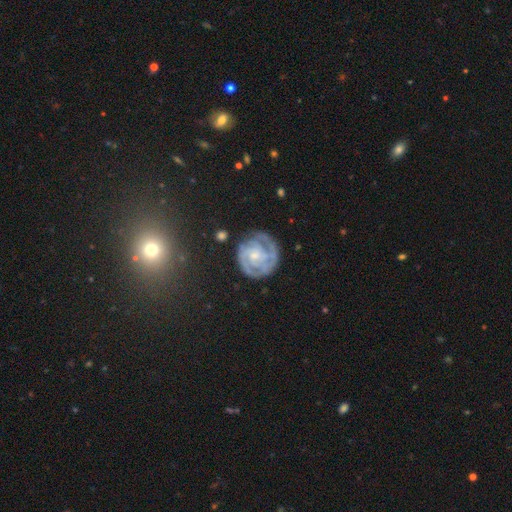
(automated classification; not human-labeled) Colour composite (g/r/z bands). It shows a featured or disk galaxy (80%) with no bar (67%), tight (67%) spiral arms (92%) and a small central bulge (62%). Merging: none (70%).